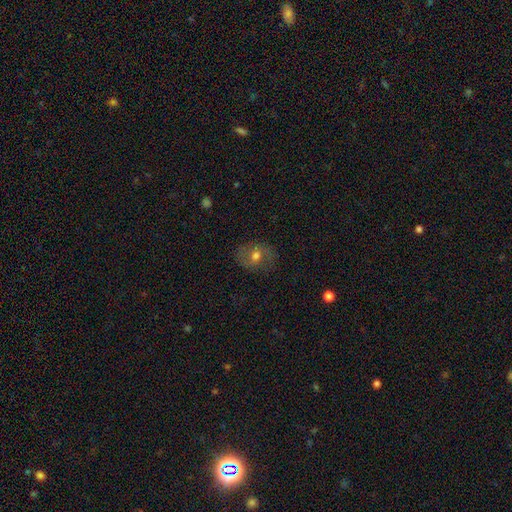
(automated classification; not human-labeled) The model was most divided on "smooth or featured": featured or disk: 46%, smooth: 41%, star or artifact: 13%. More confident: merging — none (77%).